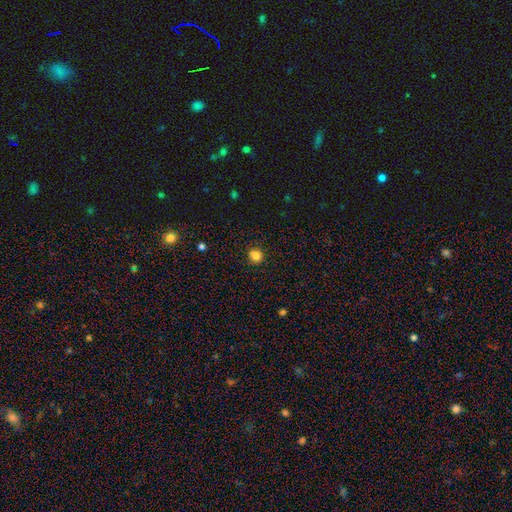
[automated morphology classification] smooth-or-featured: smooth: 83% | star or artifact: 12% | featured or disk: 5%
  how-rounded: round: 78% | in between: 21% | cigar-shaped: 1%
  merging: none: 85% | minor disturbance: 11% | major disturbance: 3% | merger: 2%